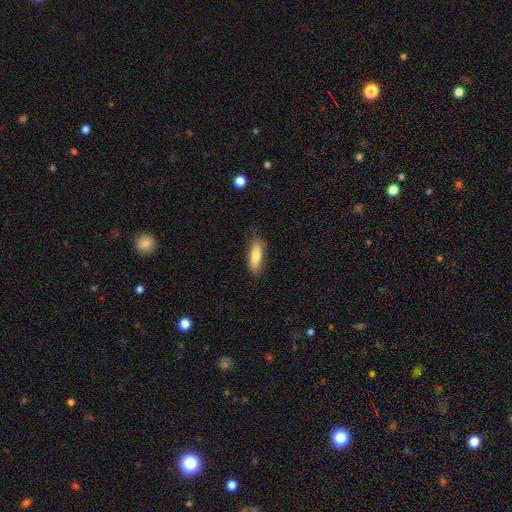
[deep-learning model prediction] smooth-or-featured: smooth: 73% | featured or disk: 21% | star or artifact: 6%
  how-rounded: cigar-shaped: 58% | in between: 40% | round: 2%
  merging: none: 81% | minor disturbance: 15% | major disturbance: 3% | merger: 1%